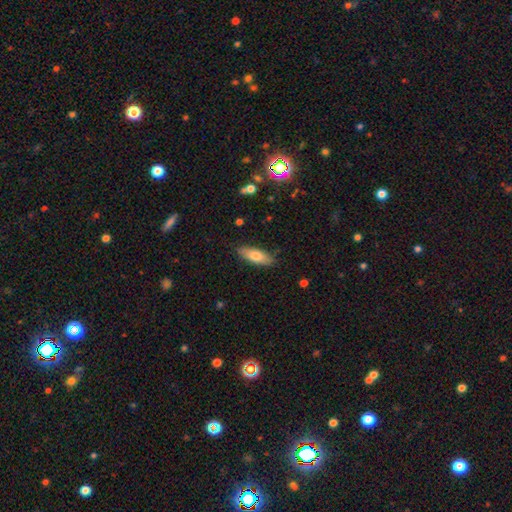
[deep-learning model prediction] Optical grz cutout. It shows a smooth galaxy with no disk features (72%) that is in between round and cigar-shaped (65%). Merging: none (85%).